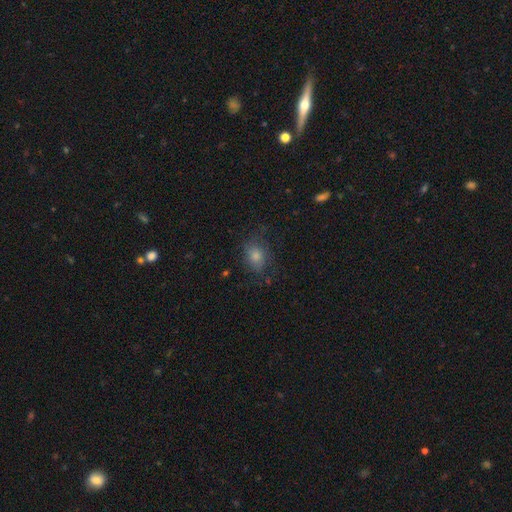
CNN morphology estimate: type=smooth (62%); roundness=in between (64%); merging=none (66%).